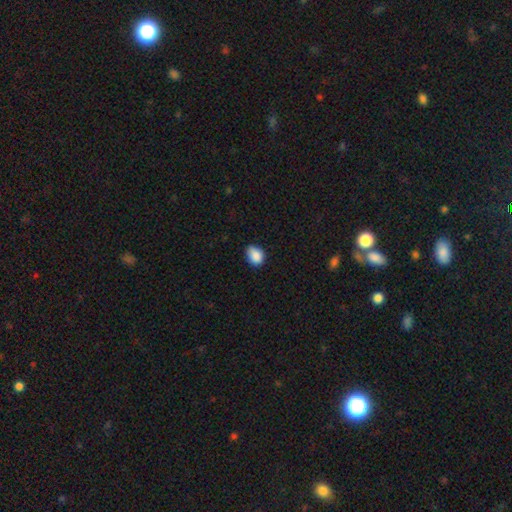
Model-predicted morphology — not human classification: The model was most divided on "how rounded": in between: 60%, round: 39%, cigar-shaped: 1%. More confident: smooth or featured — smooth (87%); merging — none (64%).